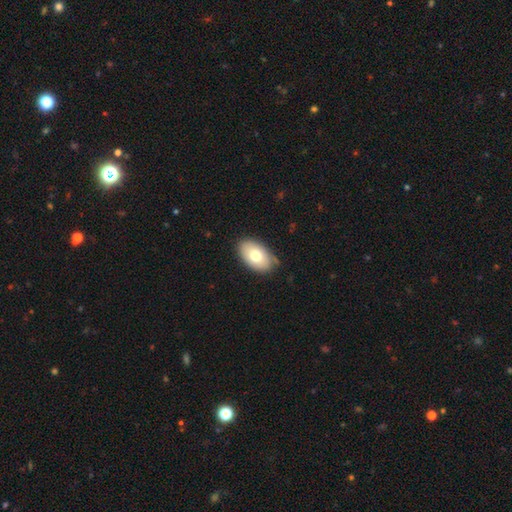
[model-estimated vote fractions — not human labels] Smooth or featured? smooth (73%)
How rounded? in between (92%)
Merging? none (81%)